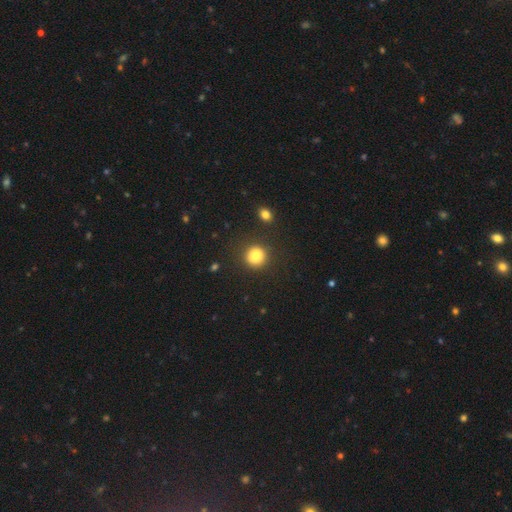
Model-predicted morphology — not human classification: A smooth galaxy with no disk features (84%) that is round (78%).

Vote fractions:
- Smooth or featured? smooth: 84% / star or artifact: 11% / featured or disk: 6%
- How rounded? round: 78% / in between: 21% / cigar-shaped: 1%
- Merging? none: 81% / minor disturbance: 11% / major disturbance: 4% / merger: 3%